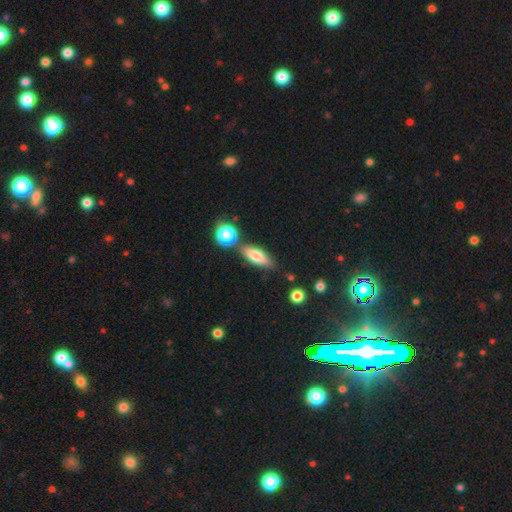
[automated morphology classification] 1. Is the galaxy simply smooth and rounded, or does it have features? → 70% smooth, 22% featured or disk, 9% star or artifact.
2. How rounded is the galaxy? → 64% in between, 32% cigar-shaped, 4% round.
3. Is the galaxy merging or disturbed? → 71% none, 14% minor disturbance, 11% merger, 4% major disturbance.